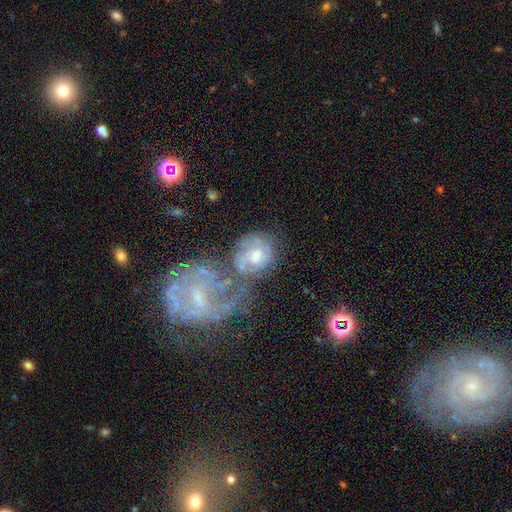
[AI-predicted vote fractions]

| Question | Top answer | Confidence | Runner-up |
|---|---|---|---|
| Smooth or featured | featured or disk | 64% | smooth (28%) |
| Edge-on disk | no | 97% | yes (3%) |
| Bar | no | 65% | weak (28%) |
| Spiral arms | yes | 68% | no (32%) |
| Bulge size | moderate | 54% | small (26%) |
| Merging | merger | 40% | none (29%) |